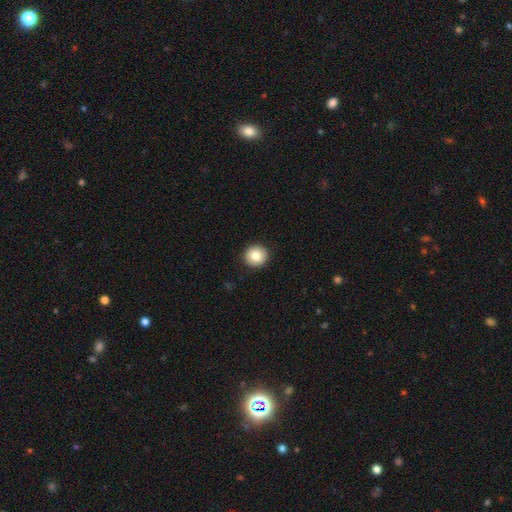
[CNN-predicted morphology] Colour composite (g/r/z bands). It shows a smooth galaxy with no disk features (82%) that is round (93%). Merging: none (93%).